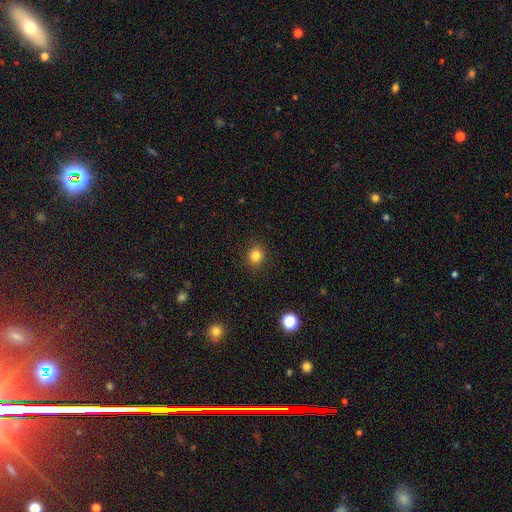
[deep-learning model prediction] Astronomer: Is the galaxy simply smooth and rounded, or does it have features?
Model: smooth — 82%.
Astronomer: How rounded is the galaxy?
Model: round — 82%.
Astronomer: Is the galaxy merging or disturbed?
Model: none — 91%.